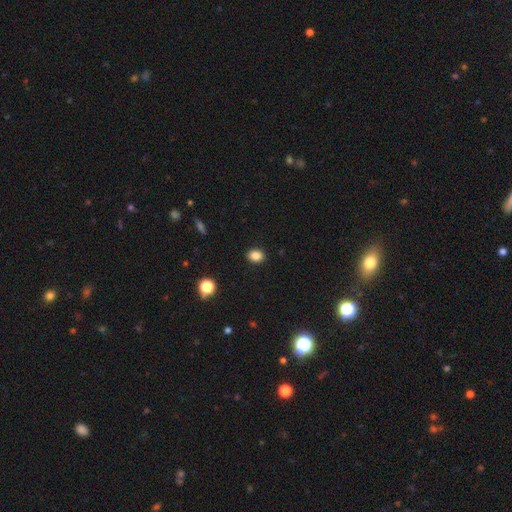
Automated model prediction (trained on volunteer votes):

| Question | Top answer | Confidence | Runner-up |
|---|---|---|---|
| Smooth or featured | smooth | 85% | star or artifact (11%) |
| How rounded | in between | 56% | round (43%) |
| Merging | none | 90% | minor disturbance (7%) |